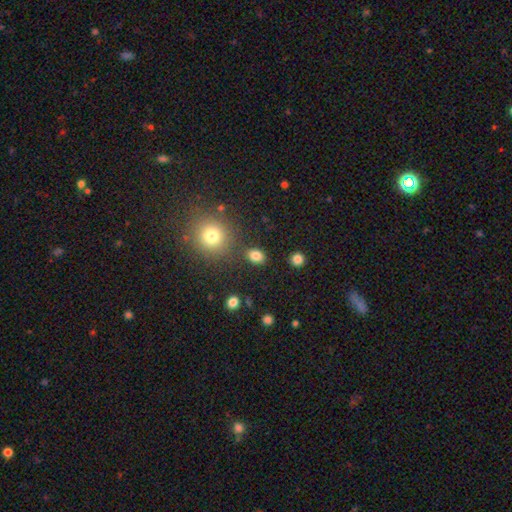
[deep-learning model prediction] A smooth galaxy with no disk features (83%) that is in between round and cigar-shaped (63%).

Vote fractions:
- Smooth or featured? smooth: 83% / star or artifact: 12% / featured or disk: 5%
- How rounded? in between: 63% / round: 36% / cigar-shaped: 1%
- Merging? none: 84% / minor disturbance: 9% / merger: 4% / major disturbance: 3%